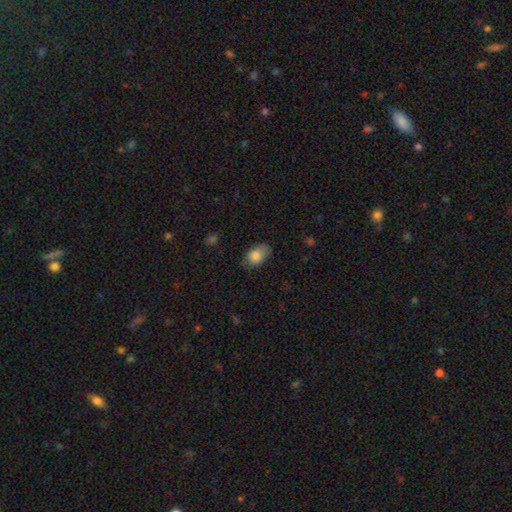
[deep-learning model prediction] This is clearly a smooth galaxy (82%). How rounded: clearly in between (86%). Merging: likely none (68%).